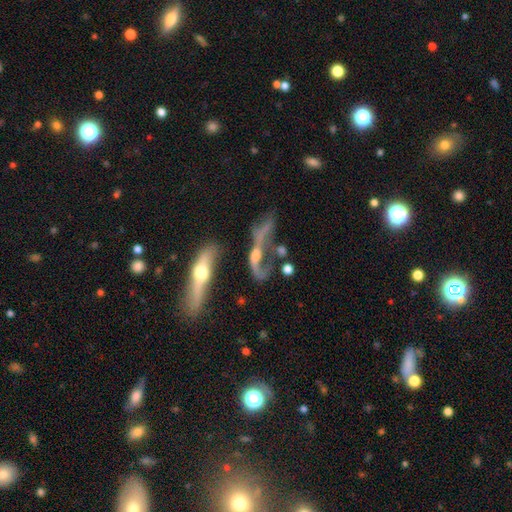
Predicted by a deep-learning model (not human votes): Smooth or featured: featured or disk — 67% (smooth — 23%)
Edge-on disk: no — 68% (yes — 32%)
Merging: major disturbance — 35% (merger — 31%)